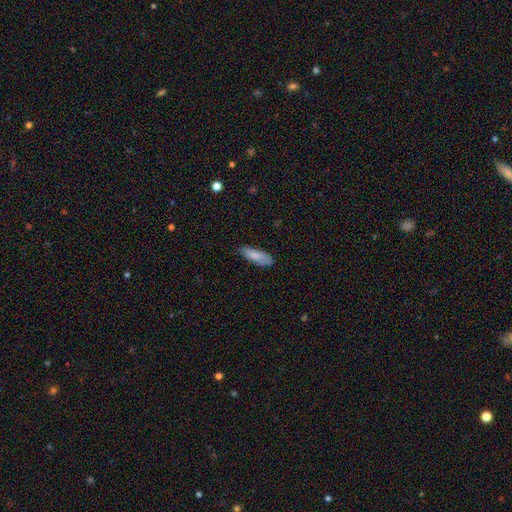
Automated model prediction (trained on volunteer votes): This is clearly a smooth galaxy (82%). How rounded: likely in between (65%). Merging: likely none (74%).